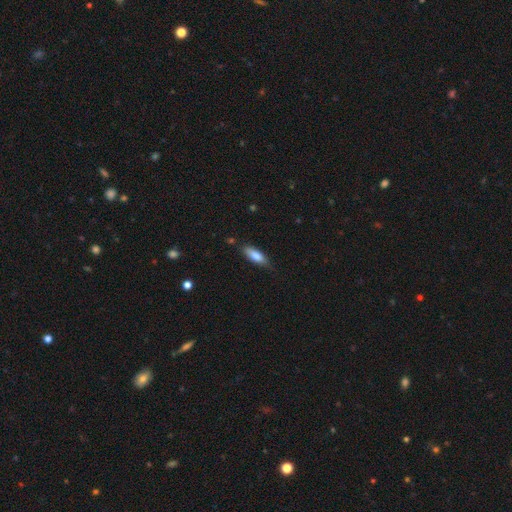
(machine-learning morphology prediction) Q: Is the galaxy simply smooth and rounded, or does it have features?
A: smooth — 81%.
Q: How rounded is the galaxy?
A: in between — 63%.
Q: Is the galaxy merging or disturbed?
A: none — 75%.